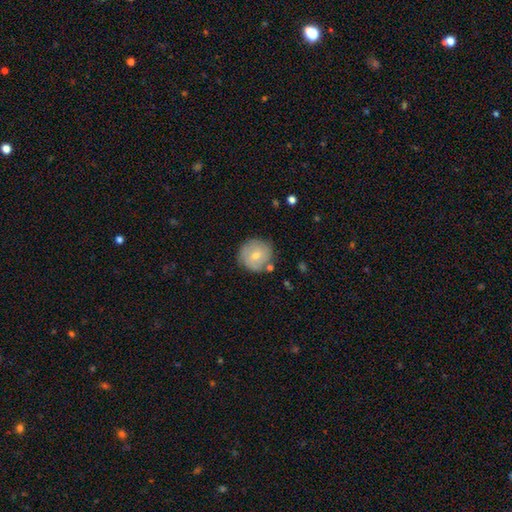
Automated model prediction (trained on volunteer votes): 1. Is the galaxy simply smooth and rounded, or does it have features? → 63% smooth, 31% featured or disk, 7% star or artifact.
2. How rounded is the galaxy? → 93% round, 6% in between, 1% cigar-shaped.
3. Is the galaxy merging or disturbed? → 76% none, 15% minor disturbance, 5% merger, 4% major disturbance.